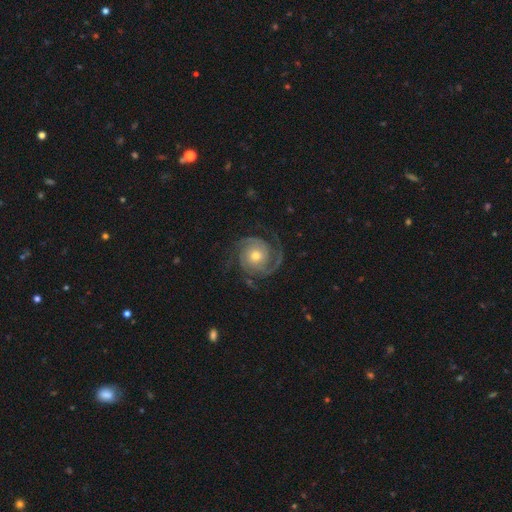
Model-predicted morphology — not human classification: This is clearly a featured or disk galaxy (91%). It is clearly not viewed edge-on (98%). Bar: likely no (78%). Spiral arm pattern: clearly yes (98%). Spiral arm count: likely 2 (62%). Spiral winding: possibly tight (57%). Central bulge: likely moderate (66%). Merging: likely none (77%).